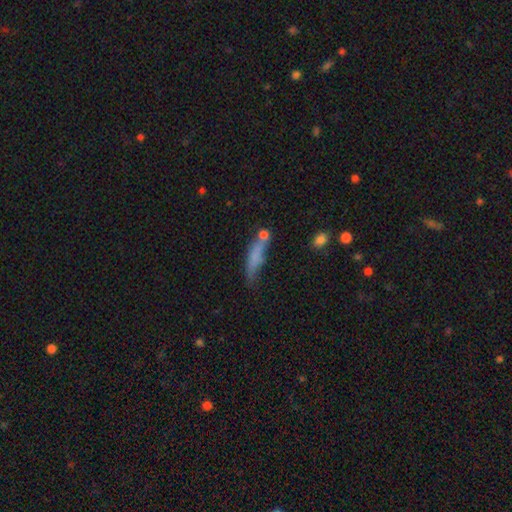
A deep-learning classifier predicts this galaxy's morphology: Overall: smooth (67%). How rounded: cigar-shaped (76%). Merging: none (46%; minor disturbance 26%).